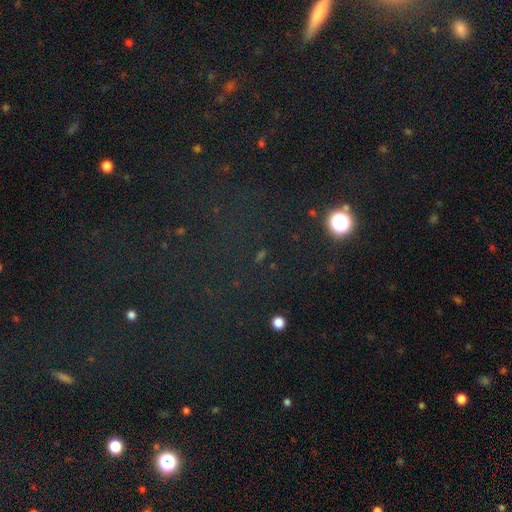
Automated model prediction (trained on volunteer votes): The model was most divided on "smooth or featured": star or artifact: 65%, smooth: 24%, featured or disk: 12%.